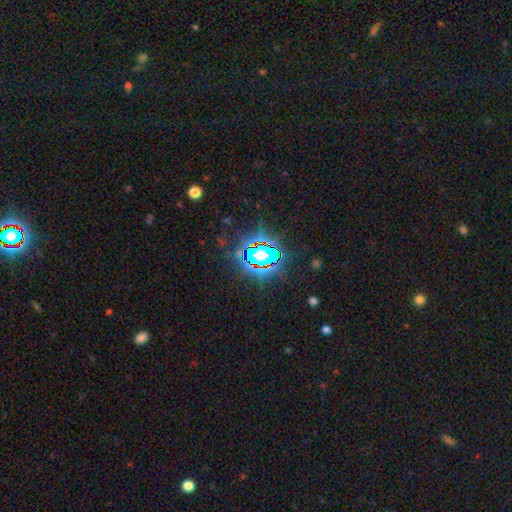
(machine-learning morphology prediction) Overall: star or artifact (79%).